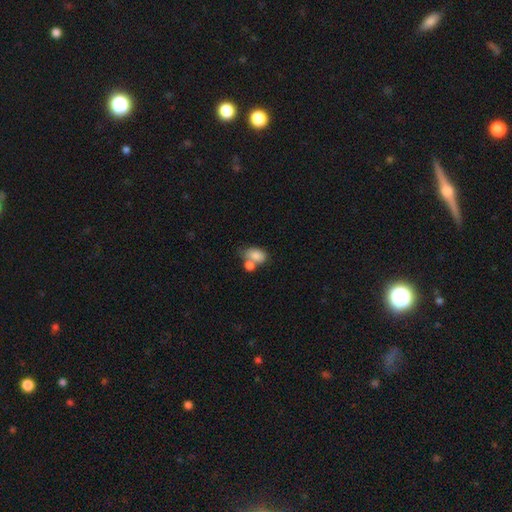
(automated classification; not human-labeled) The model was most divided on "merging": merger: 45%, none: 32%, minor disturbance: 15%, major disturbance: 7%. More confident: how rounded — in between (84%); smooth or featured — smooth (81%).